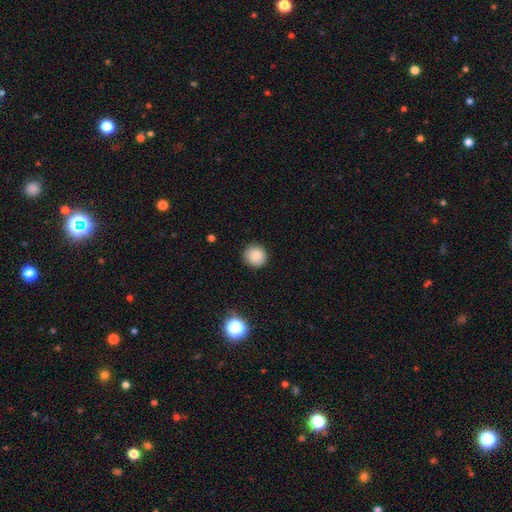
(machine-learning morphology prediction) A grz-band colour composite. It shows a smooth galaxy with no disk features (83%) that is round (93%). Merging: none (89%).